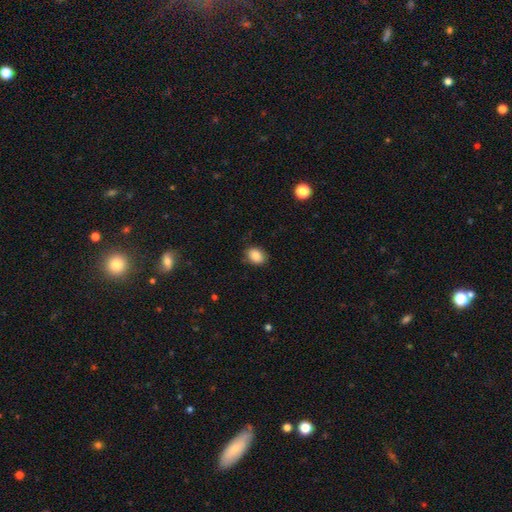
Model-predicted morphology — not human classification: Smooth or featured: smooth — 86% (star or artifact — 9%)
How rounded: in between — 63% (round — 36%)
Merging: none — 84% (minor disturbance — 12%)